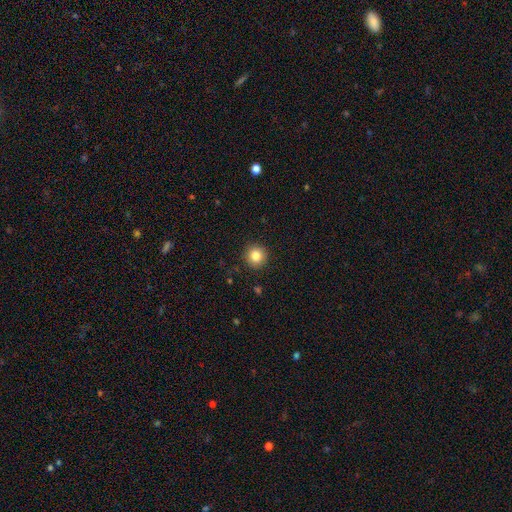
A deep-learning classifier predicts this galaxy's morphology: Overall: smooth (84%). How rounded: round (94%). Merging: none (92%).